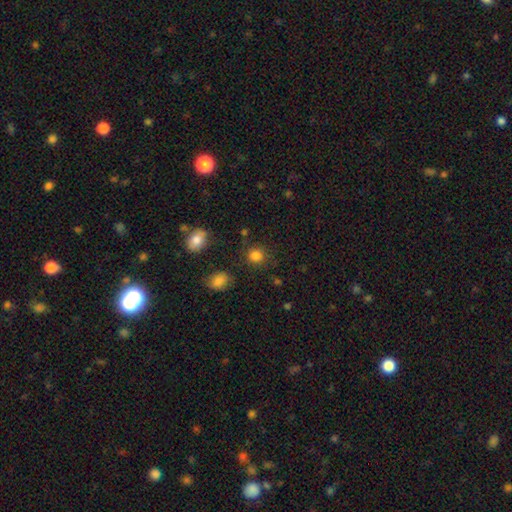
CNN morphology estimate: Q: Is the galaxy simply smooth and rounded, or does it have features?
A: smooth — 83%.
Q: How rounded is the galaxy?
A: round — 85%.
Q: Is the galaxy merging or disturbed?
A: none — 82%.